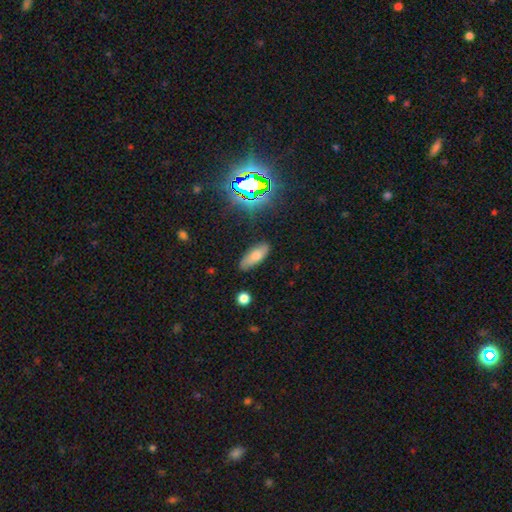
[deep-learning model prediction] Overall: smooth (63%). How rounded: in between (69%). Merging: none (84%).